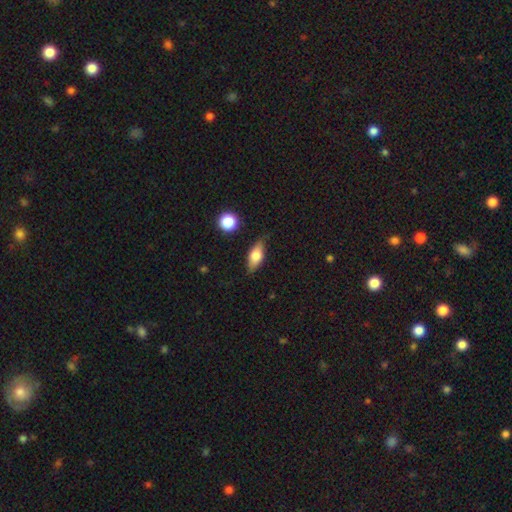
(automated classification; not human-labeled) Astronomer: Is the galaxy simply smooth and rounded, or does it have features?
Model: smooth — 65%.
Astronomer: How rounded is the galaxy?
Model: in between — 78%.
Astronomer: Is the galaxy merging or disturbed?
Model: none — 75%.